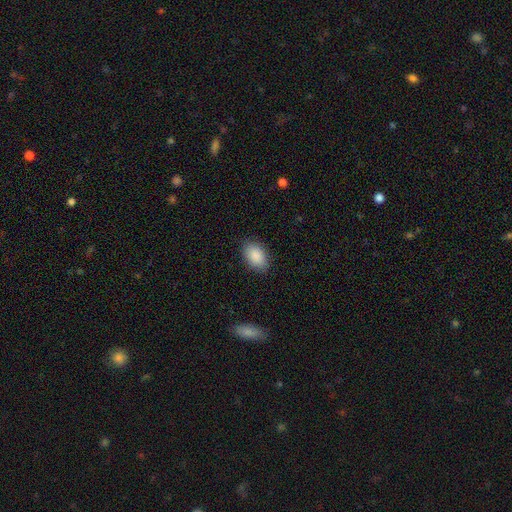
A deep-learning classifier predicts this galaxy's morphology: smooth-or-featured: smooth: 89% | star or artifact: 7% | featured or disk: 4%
  how-rounded: in between: 90% | round: 9% | cigar-shaped: 1%
  merging: none: 86% | minor disturbance: 11% | major disturbance: 3% | merger: 1%